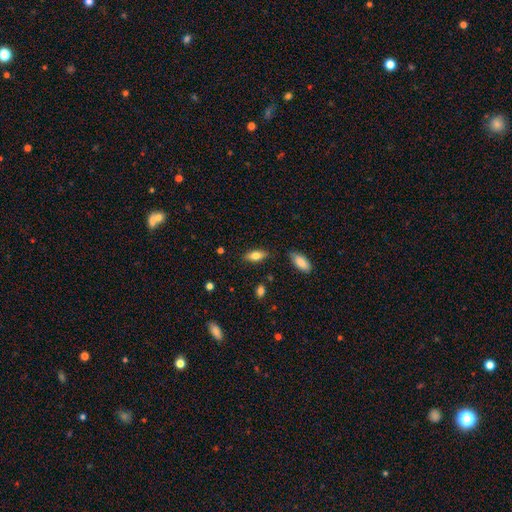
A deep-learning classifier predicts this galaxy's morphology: smooth 73%, featured or disk 19%, star or artifact 7%. Down the decision tree: how rounded — in between (79%); merging — none (82%).